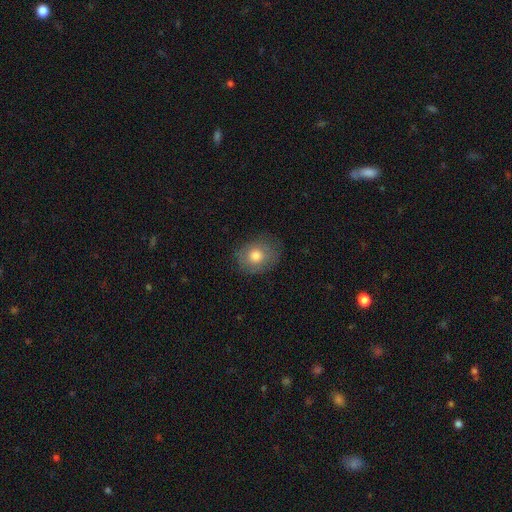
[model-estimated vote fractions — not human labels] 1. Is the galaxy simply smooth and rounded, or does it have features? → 77% smooth, 15% featured or disk, 8% star or artifact.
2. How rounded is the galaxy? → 52% round, 47% in between, 1% cigar-shaped.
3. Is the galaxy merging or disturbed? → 76% none, 18% minor disturbance, 5% major disturbance, 1% merger.